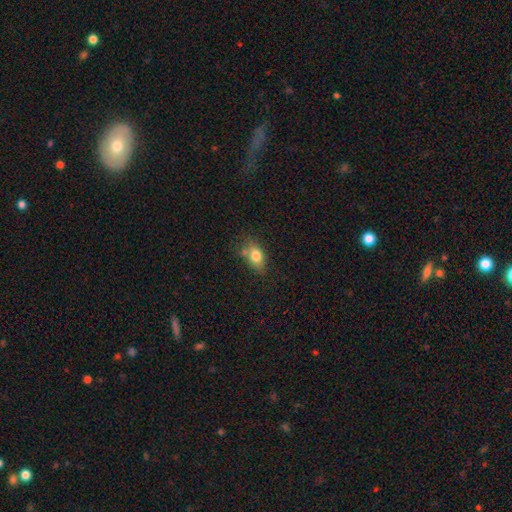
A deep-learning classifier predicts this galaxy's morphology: Smooth or featured?
  - smooth: 78% *
  - featured or disk: 12%
  - star or artifact: 9%
How rounded?
  - in between: 80% *
  - round: 16%
  - cigar-shaped: 4%
Merging?
  - none: 58% *
  - minor disturbance: 23%
  - merger: 13%
  - major disturbance: 6%